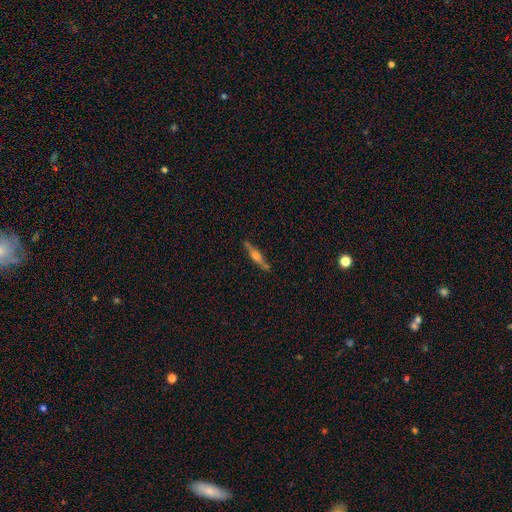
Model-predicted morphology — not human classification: Smooth or featured? featured or disk (67%)
Edge-on disk? yes (95%)
Edge-on bulge? rounded (80%)
Merging? none (83%)